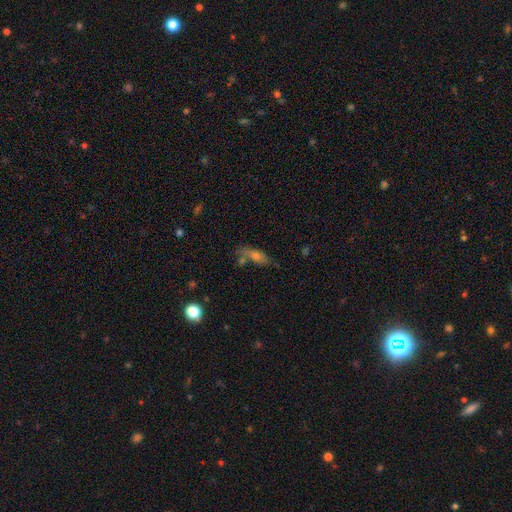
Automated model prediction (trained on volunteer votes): Q: Smooth or featured?
A: smooth (59%); runner-up: featured or disk (28%)
Q: How rounded?
A: in between (56%); runner-up: cigar-shaped (38%)
Q: Merging?
A: none (58%); runner-up: minor disturbance (18%)